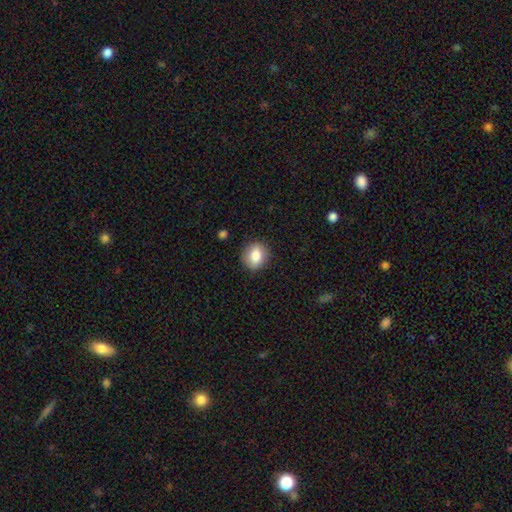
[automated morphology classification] smooth_or_featured: smooth (p=0.83) [alt: featured or disk p=0.09]
how_rounded: round (p=0.69) [alt: in between p=0.30]
merging: none (p=0.87) [alt: minor disturbance p=0.09]